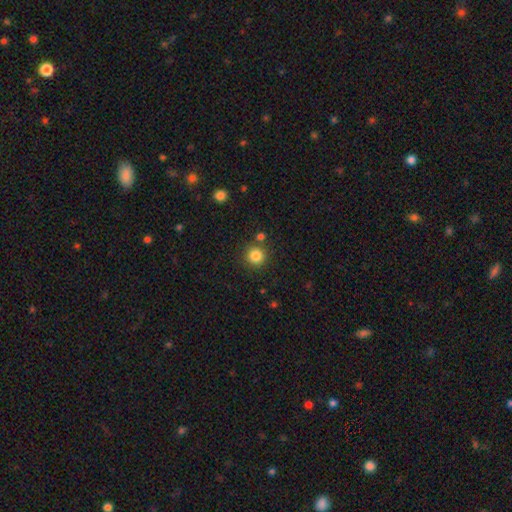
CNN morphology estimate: Smooth or featured?
  - smooth: 84% *
  - star or artifact: 12%
  - featured or disk: 5%
How rounded?
  - round: 94% *
  - in between: 5%
  - cigar-shaped: 1%
Merging?
  - none: 84% *
  - minor disturbance: 7%
  - merger: 6%
  - major disturbance: 3%